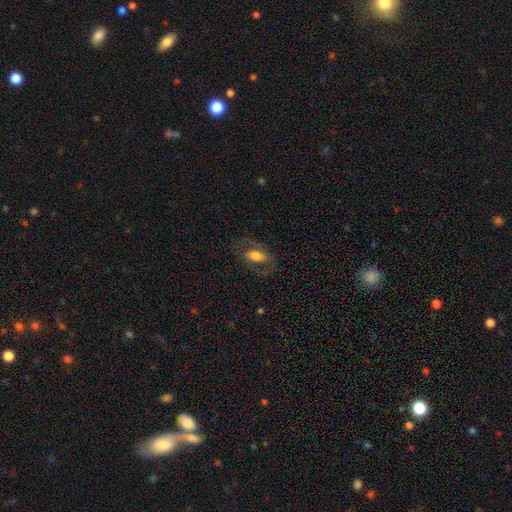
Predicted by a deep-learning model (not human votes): Smooth or featured?
  - smooth: 56% *
  - featured or disk: 37%
  - star or artifact: 7%
How rounded?
  - in between: 88% *
  - round: 7%
  - cigar-shaped: 5%
Merging?
  - none: 70% *
  - minor disturbance: 16%
  - major disturbance: 13%
  - merger: 1%